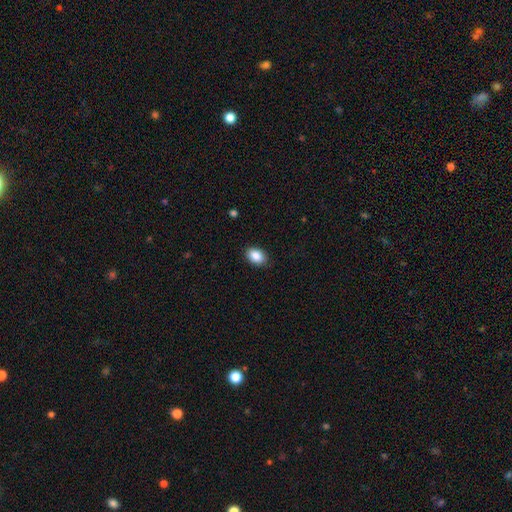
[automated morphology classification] A smooth galaxy with no disk features (88%) that is in between round and cigar-shaped (82%). Merging: none (88%).